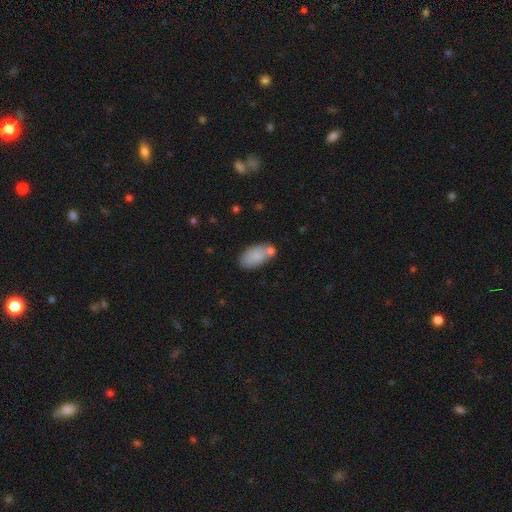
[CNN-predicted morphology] A smooth galaxy with no disk features (82%) that is in between round and cigar-shaped (93%).

Vote fractions:
- Smooth or featured? smooth: 82% / featured or disk: 11% / star or artifact: 7%
- How rounded? in between: 93% / round: 4% / cigar-shaped: 3%
- Merging? none: 59% / minor disturbance: 18% / merger: 18% / major disturbance: 5%